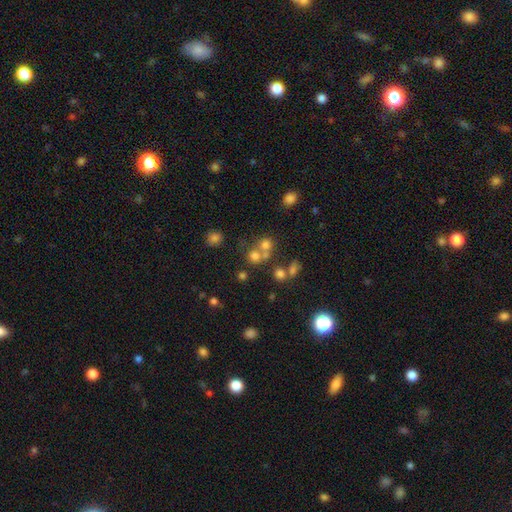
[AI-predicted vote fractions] smooth_or_featured: smooth (p=0.64) [alt: star or artifact p=0.22]
how_rounded: round (p=0.87) [alt: in between p=0.12]
merging: none (p=0.50) [alt: merger p=0.38]